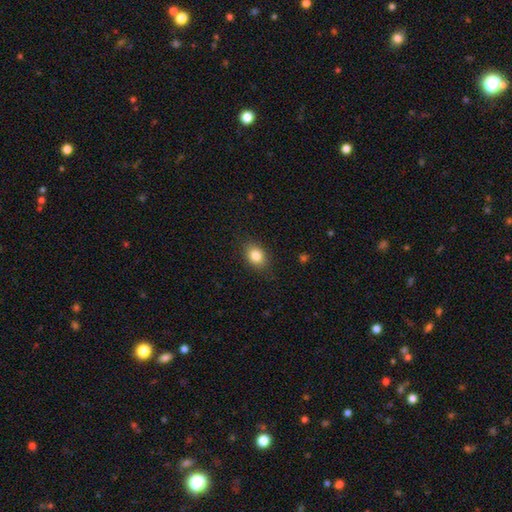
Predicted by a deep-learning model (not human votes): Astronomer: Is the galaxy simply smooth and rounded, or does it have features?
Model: smooth — 84%.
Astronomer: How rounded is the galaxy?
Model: in between — 69%.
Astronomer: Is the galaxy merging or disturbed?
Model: none — 84%.